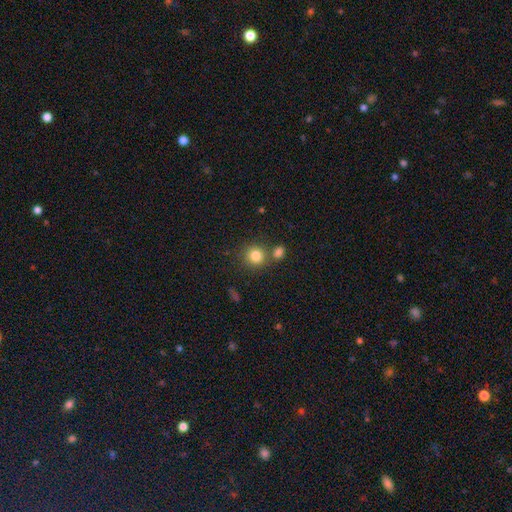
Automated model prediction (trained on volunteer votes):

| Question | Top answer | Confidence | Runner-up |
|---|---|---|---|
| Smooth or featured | smooth | 82% | star or artifact (11%) |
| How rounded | round | 87% | in between (12%) |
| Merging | none | 67% | merger (20%) |